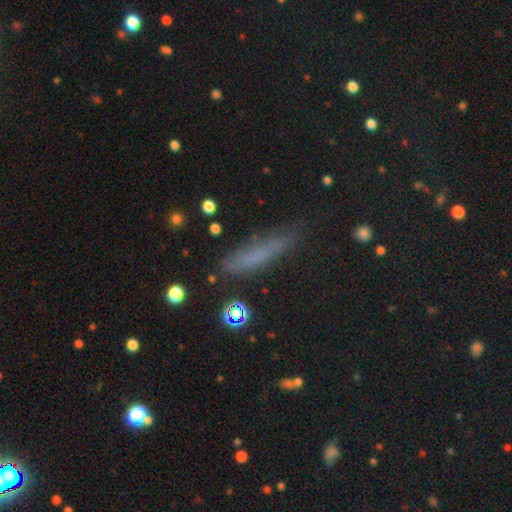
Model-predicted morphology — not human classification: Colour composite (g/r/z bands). It shows a smooth galaxy with no disk features (62%) that is cigar-shaped (82%). Merging: none (76%).